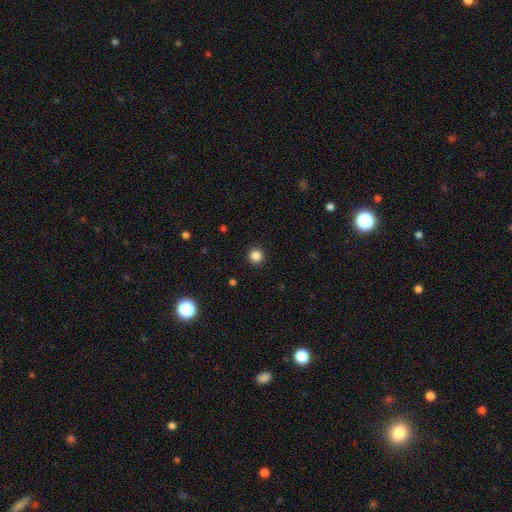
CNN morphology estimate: A smooth galaxy with no disk features (85%) that is round (96%).

Vote fractions:
- Smooth or featured? smooth: 85% / star or artifact: 12% / featured or disk: 3%
- How rounded? round: 96% / in between: 4% / cigar-shaped: 1%
- Merging? none: 93% / minor disturbance: 4% / major disturbance: 2% / merger: 1%